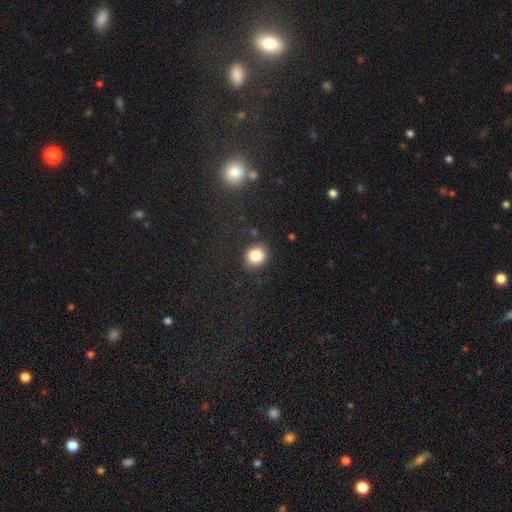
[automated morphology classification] smooth 85%, star or artifact 10%, featured or disk 5%. Down the decision tree: how rounded — round (75%); merging — none (83%).